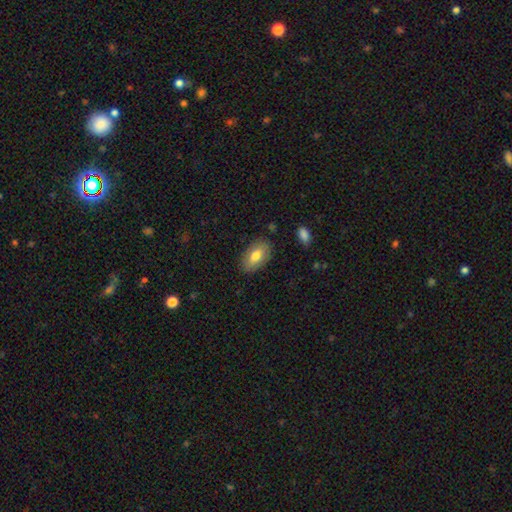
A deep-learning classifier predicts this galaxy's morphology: A smooth galaxy with no disk features (74%) that is in between round and cigar-shaped (92%).

Vote fractions:
- Smooth or featured? smooth: 74% / featured or disk: 19% / star or artifact: 7%
- How rounded? in between: 92% / round: 5% / cigar-shaped: 3%
- Merging? none: 84% / minor disturbance: 12% / major disturbance: 3% / merger: 1%